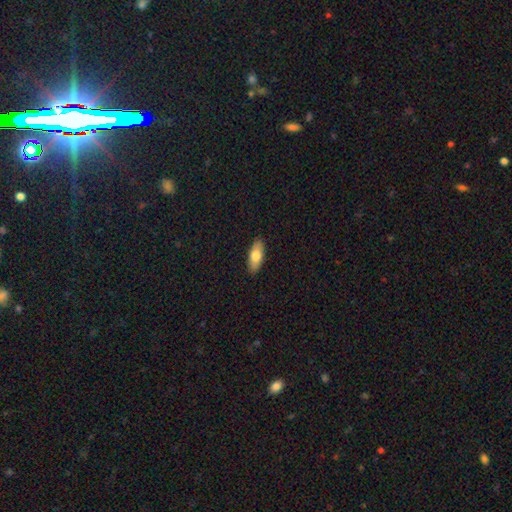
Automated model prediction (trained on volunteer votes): This is likely a smooth galaxy (76%). How rounded: likely in between (80%). Merging: clearly none (89%).